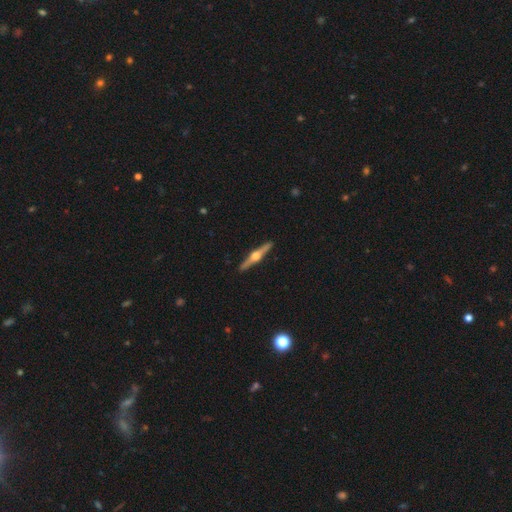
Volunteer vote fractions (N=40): This appears to be a featured or disk galaxy (82%) viewed edge-on (94%) with a rounded central bulge (97%). Merging: none (95%).